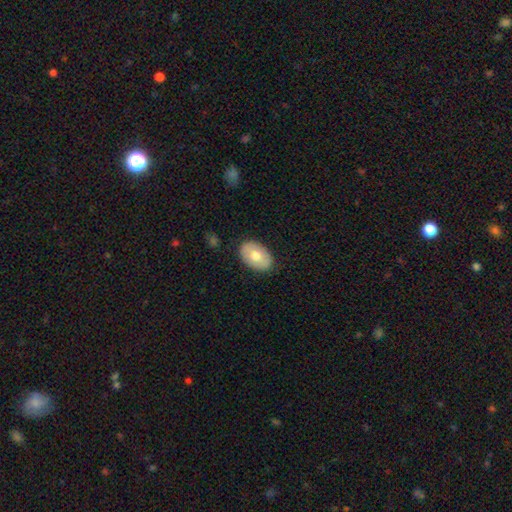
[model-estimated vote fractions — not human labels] Smooth or featured: smooth — 69% (featured or disk — 25%)
How rounded: in between — 87% (round — 12%)
Merging: none — 86% (minor disturbance — 10%)